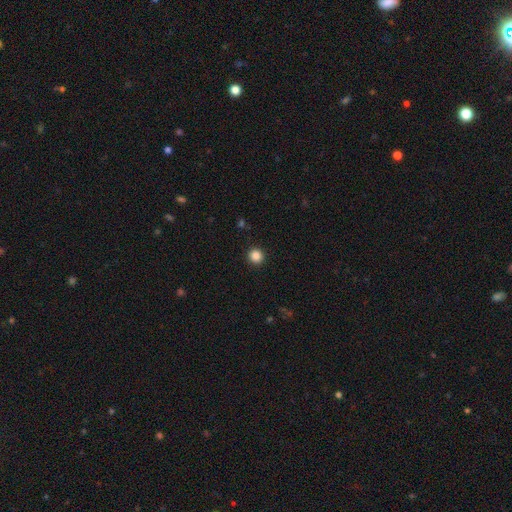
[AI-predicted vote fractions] This appears to be a smooth galaxy with no disk features (86%) that is round (95%). Merging: none (93%).